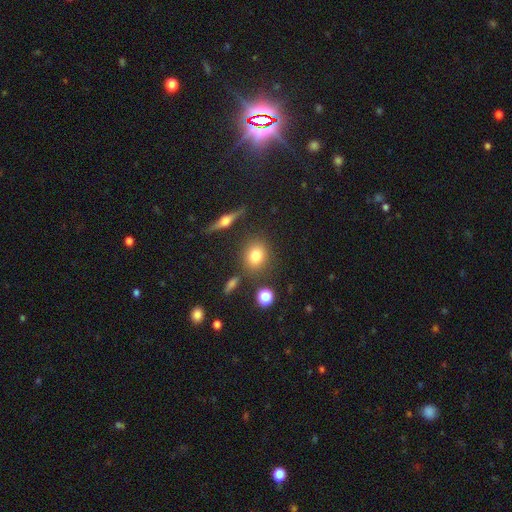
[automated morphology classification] This is likely a smooth galaxy (76%). How rounded: likely round (68%). Merging: clearly none (81%).